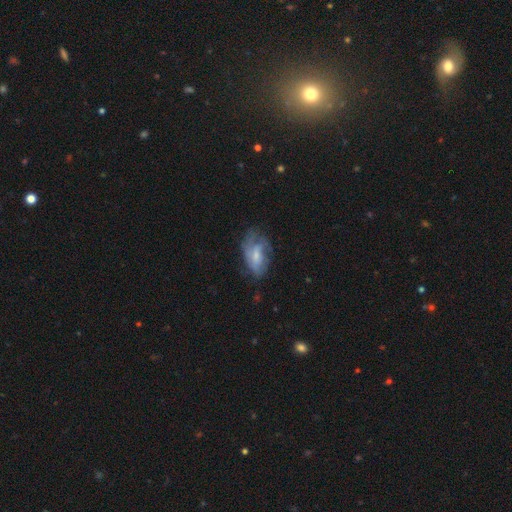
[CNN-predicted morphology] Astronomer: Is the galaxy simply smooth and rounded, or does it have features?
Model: featured or disk — 53% (runner-up: smooth, 40%).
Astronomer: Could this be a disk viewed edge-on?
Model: no — 94%.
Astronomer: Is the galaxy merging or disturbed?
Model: none — 46% (runner-up: minor disturbance, 30%).